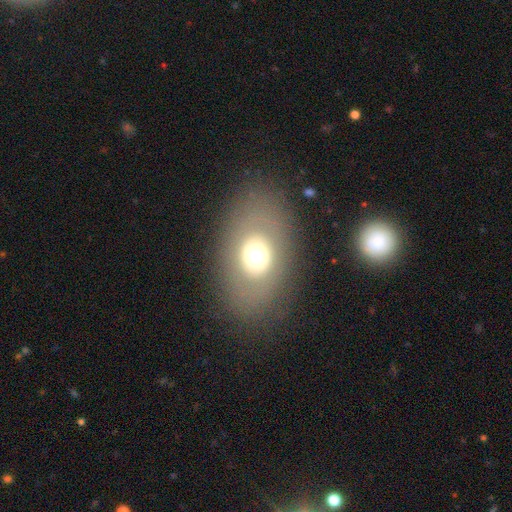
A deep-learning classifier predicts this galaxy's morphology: Q: Smooth or featured?
A: smooth (58%); runner-up: featured or disk (31%)
Q: How rounded?
A: in between (76%); runner-up: round (23%)
Q: Merging?
A: none (82%); runner-up: minor disturbance (10%)